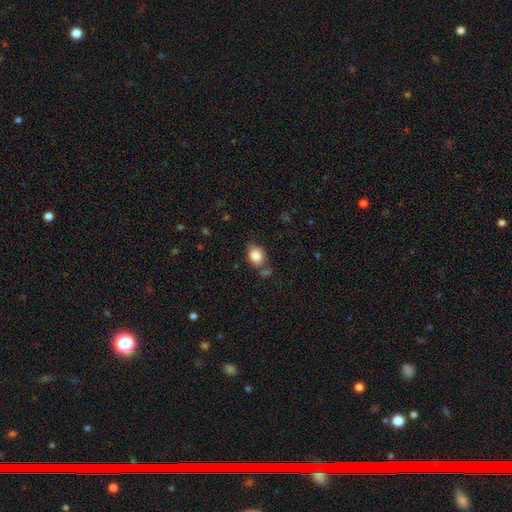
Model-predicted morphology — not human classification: This is clearly a smooth galaxy (86%). How rounded: likely in between (67%). Merging: likely none (63%).